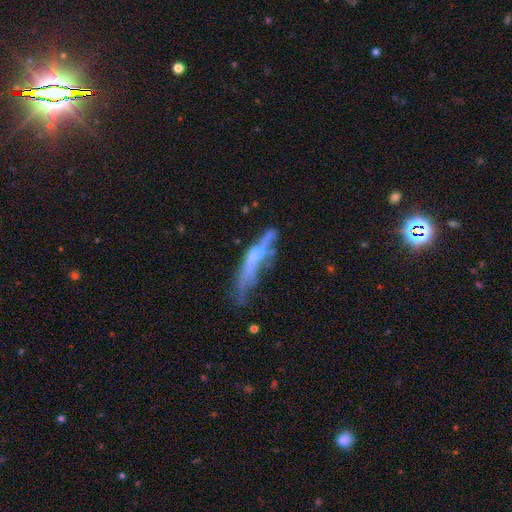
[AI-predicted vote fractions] Smooth or featured?
  - featured or disk: 53% *
  - smooth: 37%
  - star or artifact: 10%
Edge-on disk?
  - yes: 50% * (tied)
  - no: 50% * (tied)
Merging?
  - major disturbance: 38% *
  - none: 24%
  - minor disturbance: 20%
  - merger: 18%